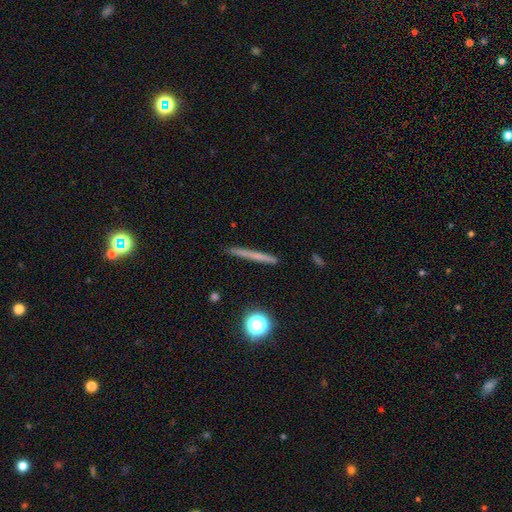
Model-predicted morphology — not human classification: Q: Smooth or featured?
A: smooth (55%); runner-up: featured or disk (35%)
Q: How rounded?
A: cigar-shaped (94%); runner-up: round (3%)
Q: Merging?
A: none (91%); runner-up: minor disturbance (7%)